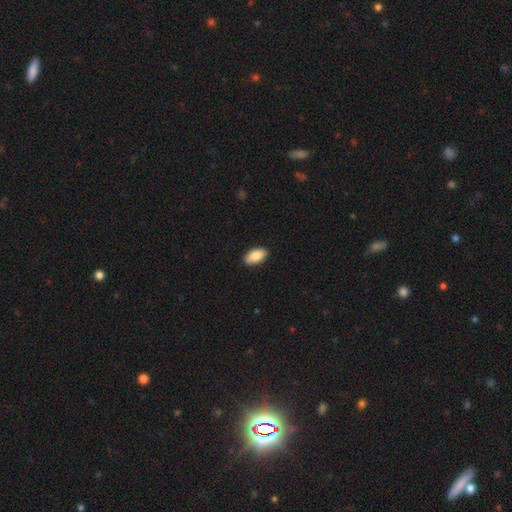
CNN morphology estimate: Smooth or featured? Predicted: smooth (p=0.86). How rounded? Predicted: in between (p=0.94). Merging? Predicted: none (p=0.88).